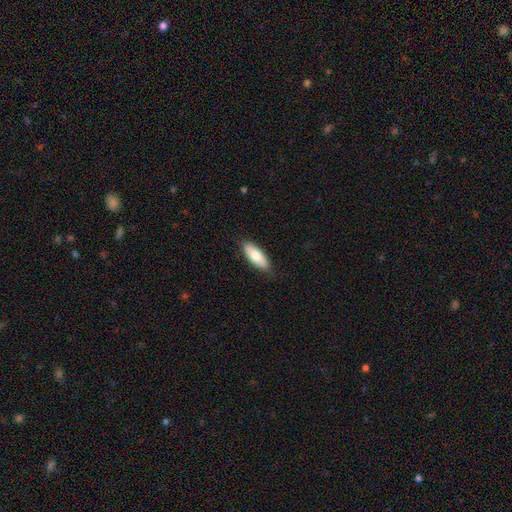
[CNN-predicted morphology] smooth-or-featured: smooth: 74% | featured or disk: 20% | star or artifact: 6%
  how-rounded: in between: 73% | cigar-shaped: 25% | round: 2%
  merging: none: 85% | minor disturbance: 12% | major disturbance: 2% | merger: 1%